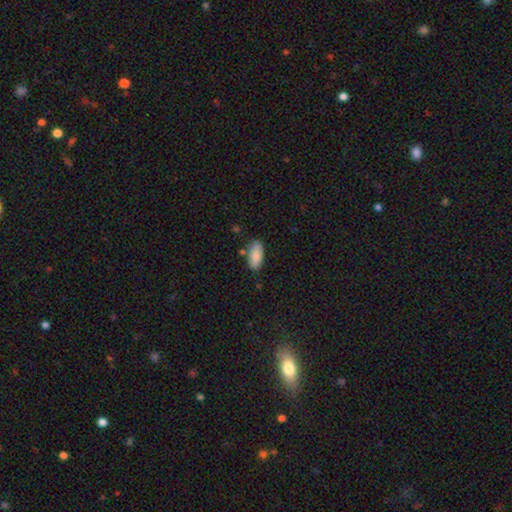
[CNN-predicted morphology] smooth_or_featured: smooth (p=0.87) [alt: star or artifact p=0.07]
how_rounded: in between (p=0.87) [alt: cigar-shaped p=0.11]
merging: none (p=0.77) [alt: minor disturbance p=0.15]